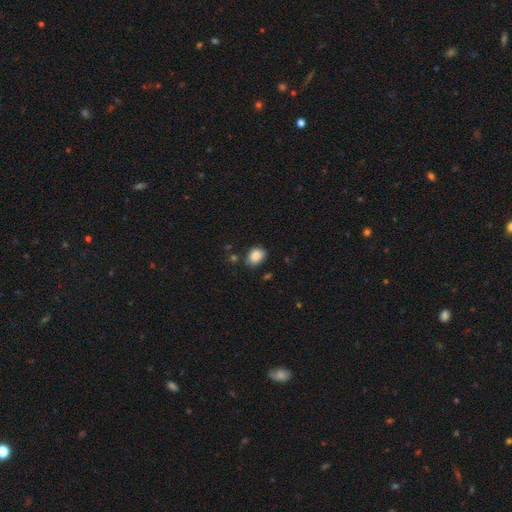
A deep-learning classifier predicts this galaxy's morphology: smooth-or-featured: smooth: 87% | star or artifact: 9% | featured or disk: 4%
  how-rounded: in between: 62% | round: 37% | cigar-shaped: 1%
  merging: none: 74% | minor disturbance: 18% | major disturbance: 4% | merger: 3%